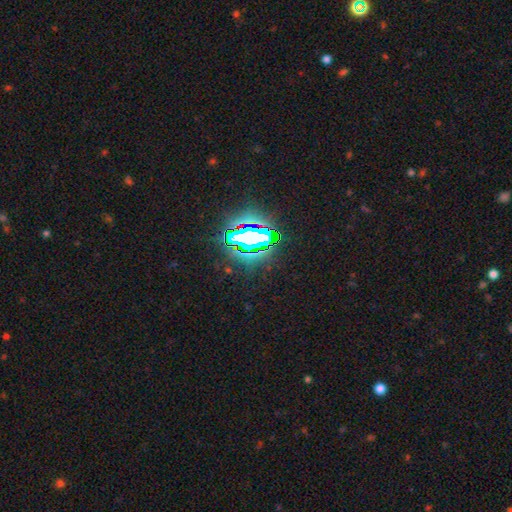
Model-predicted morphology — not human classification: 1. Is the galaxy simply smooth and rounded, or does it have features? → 86% star or artifact, 8% smooth, 6% featured or disk.